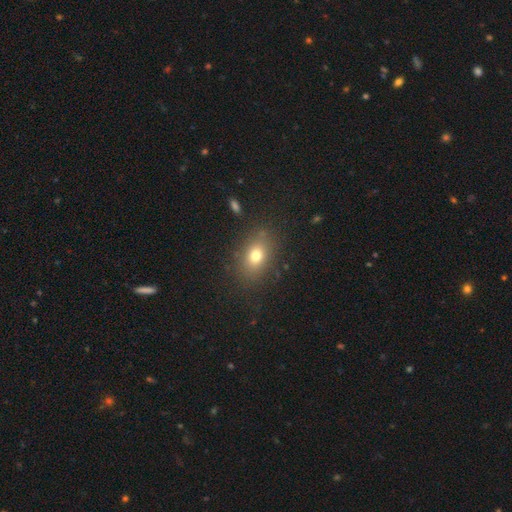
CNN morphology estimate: This is likely a smooth galaxy (75%). How rounded: likely in between (73%). Merging: clearly none (83%).